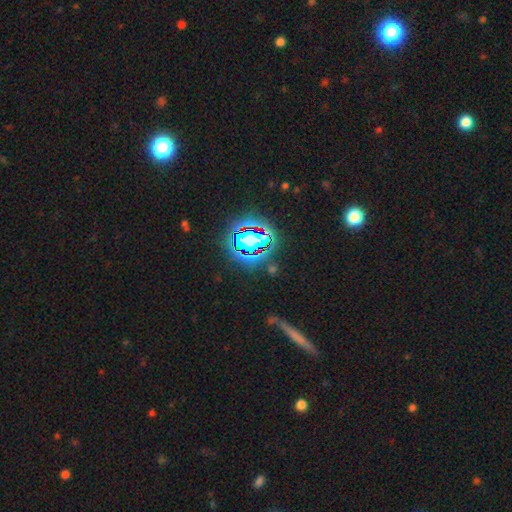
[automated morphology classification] This appears to be a star or artifact, not a galaxy (71%).